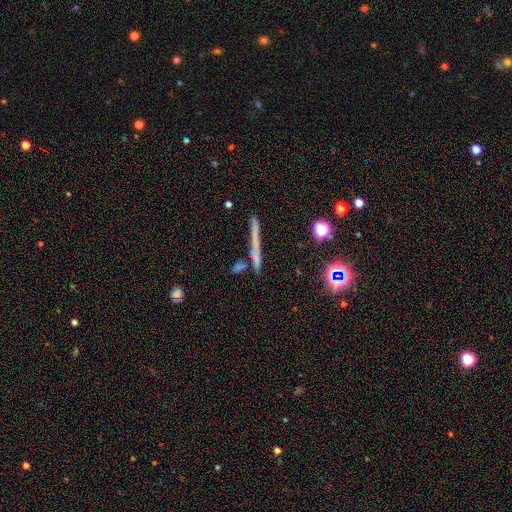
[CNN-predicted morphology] Smooth or featured? Predicted: smooth (p=0.52). How rounded? Predicted: cigar-shaped (p=0.87). Merging? Predicted: none (p=0.67).